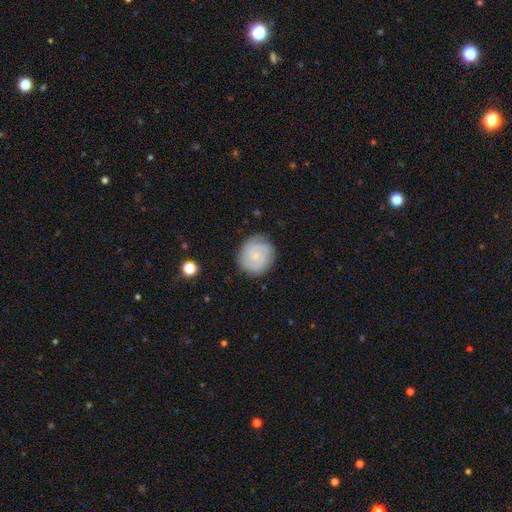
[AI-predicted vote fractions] This appears to be a featured or disk galaxy (54%) with no bar (74%), spiral arms (89%) and a small central bulge (73%). Merging: none (78%).